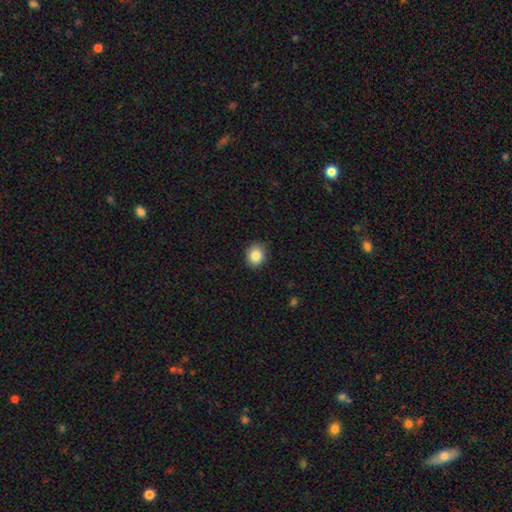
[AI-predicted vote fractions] A smooth galaxy with no disk features (85%) that is round (72%). Merging: none (89%).